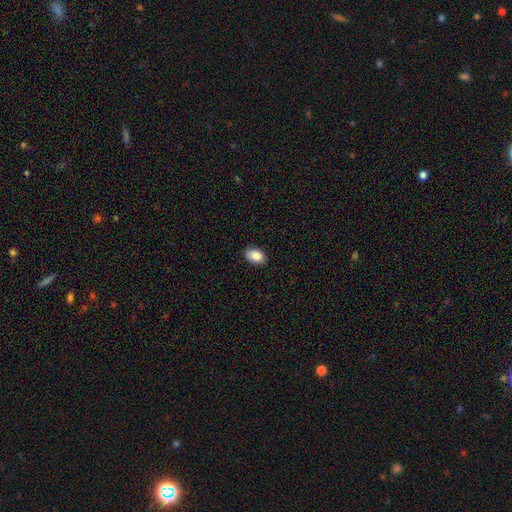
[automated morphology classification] Smooth or featured? Predicted: smooth (p=0.89). How rounded? Predicted: in between (p=0.88). Merging? Predicted: none (p=0.86).